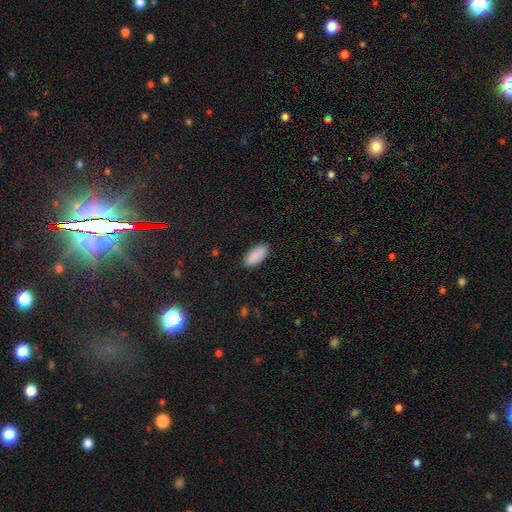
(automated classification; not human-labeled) This appears to be a smooth galaxy with no disk features (90%) that is in between round and cigar-shaped (88%). Merging: none (88%).